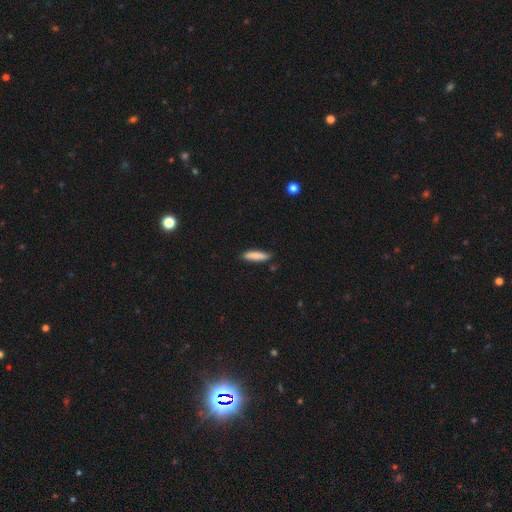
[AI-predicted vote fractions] This appears to be a smooth galaxy with no disk features (84%) that is cigar-shaped (74%). Merging: none (81%).